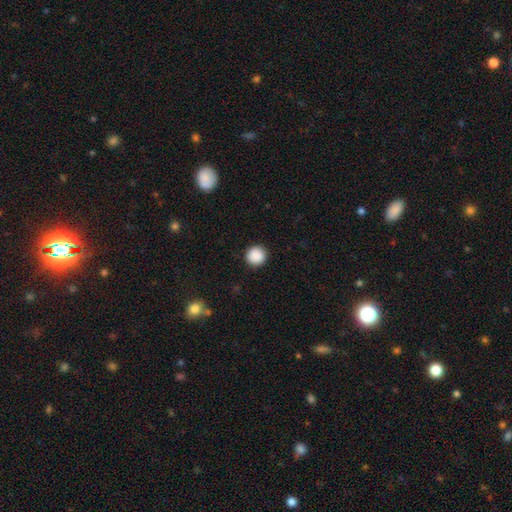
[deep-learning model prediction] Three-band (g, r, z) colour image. It shows a smooth galaxy with no disk features (89%) that is round (95%). Merging: none (91%).